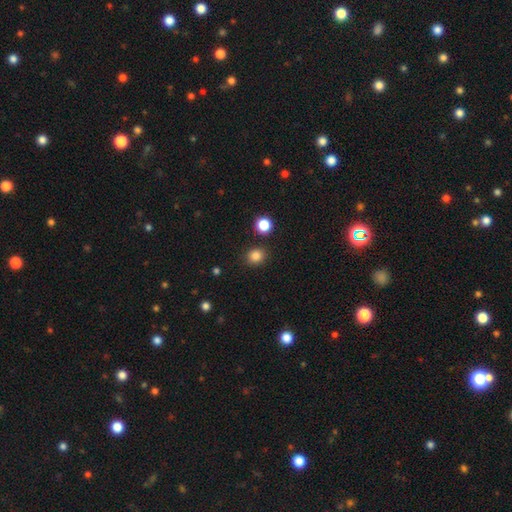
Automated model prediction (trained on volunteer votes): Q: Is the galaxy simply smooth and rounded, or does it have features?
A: smooth — 84%.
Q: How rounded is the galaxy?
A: round — 80%.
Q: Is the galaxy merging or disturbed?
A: none — 87%.